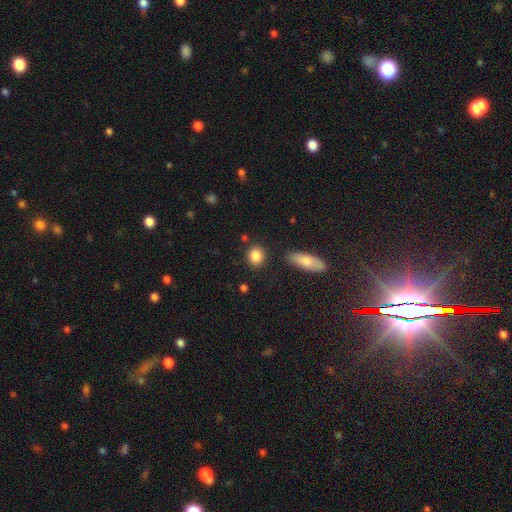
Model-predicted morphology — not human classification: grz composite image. It shows a smooth galaxy with no disk features (86%) that is round (73%). Merging: none (84%).